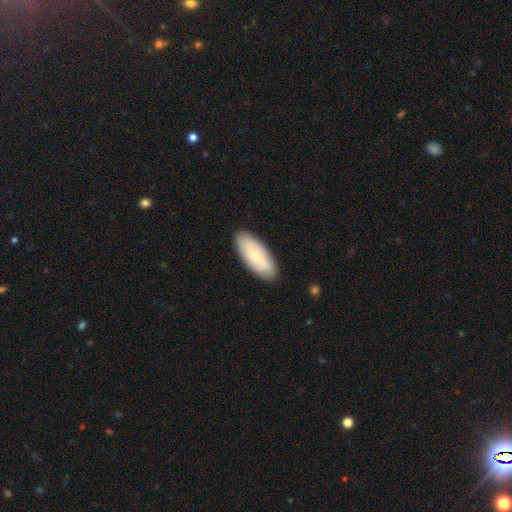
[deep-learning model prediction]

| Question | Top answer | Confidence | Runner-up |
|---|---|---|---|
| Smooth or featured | smooth | 56% | featured or disk (38%) |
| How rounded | in between | 82% | cigar-shaped (16%) |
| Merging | none | 86% | minor disturbance (10%) |